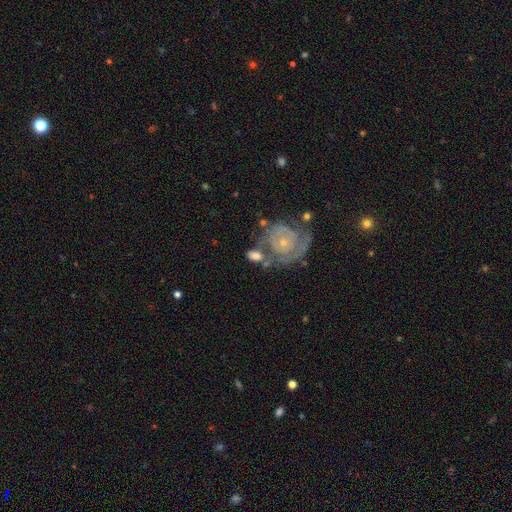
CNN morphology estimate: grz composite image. It shows a featured or disk galaxy (51%). Merging: none (44%).